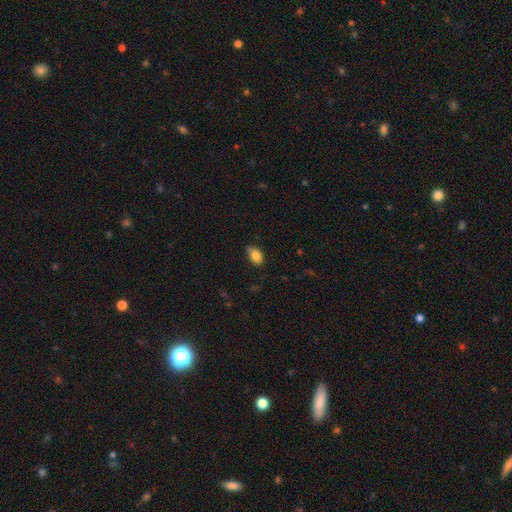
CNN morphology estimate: A smooth galaxy with no disk features (85%) that is in between round and cigar-shaped (85%).

Vote fractions:
- Smooth or featured? smooth: 85% / star or artifact: 8% / featured or disk: 7%
- How rounded? in between: 85% / round: 13% / cigar-shaped: 2%
- Merging? none: 65% / minor disturbance: 28% / major disturbance: 5% / merger: 2%